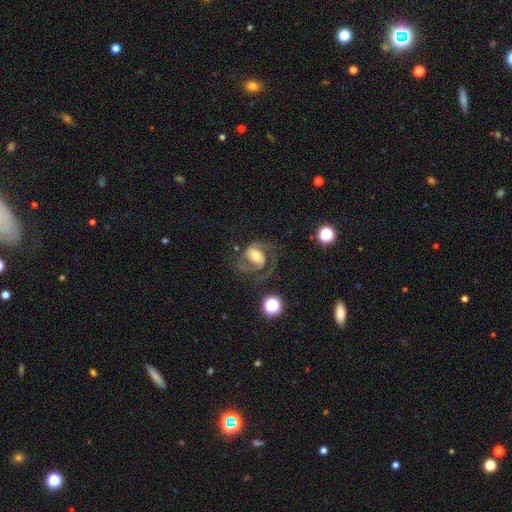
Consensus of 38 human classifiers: Q: Smooth or featured?
A: featured or disk (92%); runner-up: smooth (8%)
Q: Edge-on disk?
A: no (94%); runner-up: yes (6%)
Q: Bar?
A: no (58%); runner-up: strong (21%)
Q: Spiral arms?
A: yes (94%); runner-up: no (6%)
Q: Spiral winding?
A: tight (55%); runner-up: medium (35%)
Q: Spiral arm count?
A: 2 (74%); runner-up: 1 (23%)
Q: Bulge size?
A: moderate (67%); runner-up: small (27%)
Q: Merging?
A: none (39%); runner-up: major disturbance (32%)